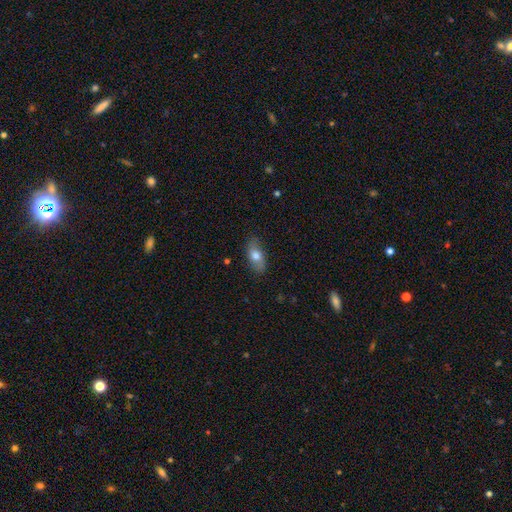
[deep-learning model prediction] Overall: smooth (71%). How rounded: in between (85%). Merging: none (80%).